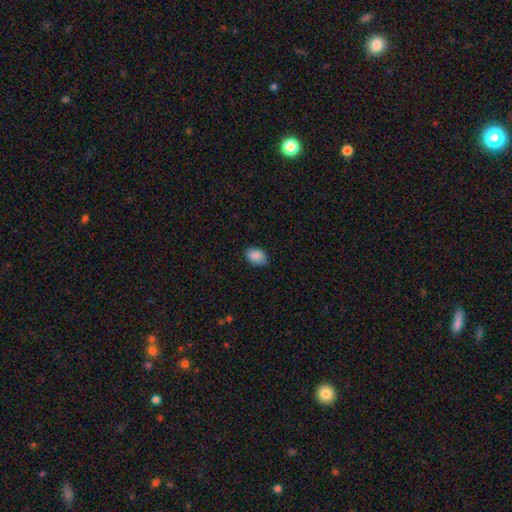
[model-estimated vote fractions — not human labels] This appears to be a smooth galaxy with no disk features (88%) that is in between round and cigar-shaped (84%). Merging: none (80%).